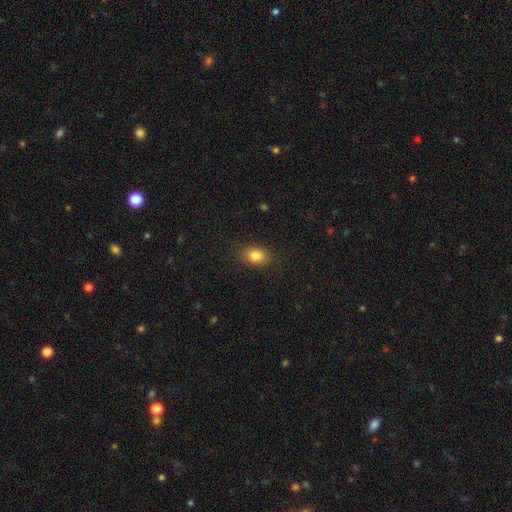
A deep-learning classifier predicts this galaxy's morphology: A smooth galaxy with no disk features (84%) that is in between round and cigar-shaped (70%). Merging: none (86%).